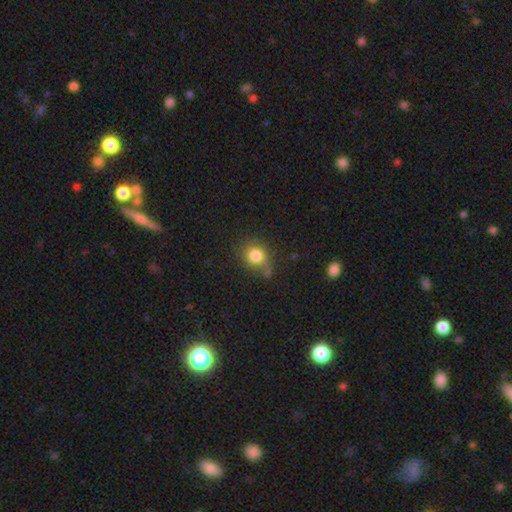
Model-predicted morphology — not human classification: smooth 82%, star or artifact 10%, featured or disk 8%. Down the decision tree: how rounded — round (77%); merging — none (61%).